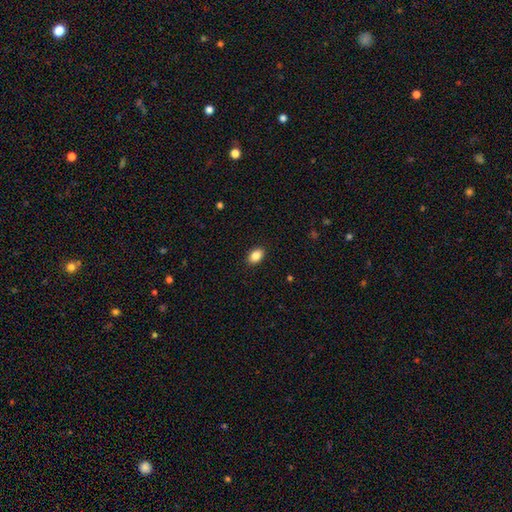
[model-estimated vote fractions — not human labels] This appears to be a smooth galaxy with no disk features (87%) that is in between round and cigar-shaped (84%). Merging: none (90%).